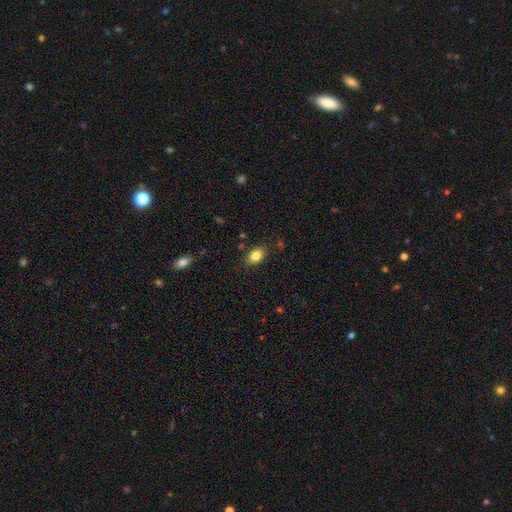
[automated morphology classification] smooth 82%, star or artifact 9%, featured or disk 9%. Down the decision tree: how rounded — in between (83%); merging — none (82%).